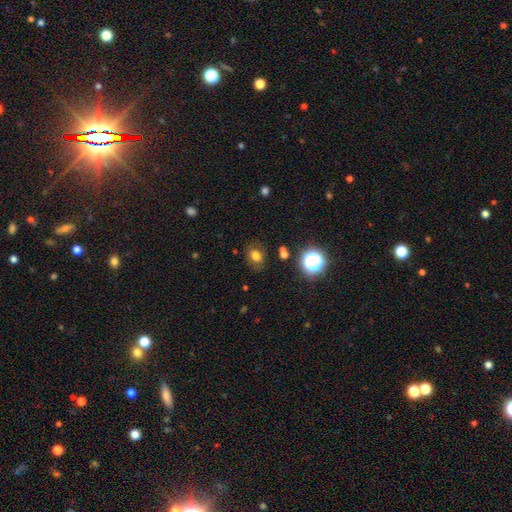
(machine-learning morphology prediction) smooth-or-featured: smooth: 72% | star or artifact: 16% | featured or disk: 12%
  how-rounded: in between: 54% | round: 45% | cigar-shaped: 1%
  merging: none: 79% | minor disturbance: 14% | major disturbance: 5% | merger: 3%